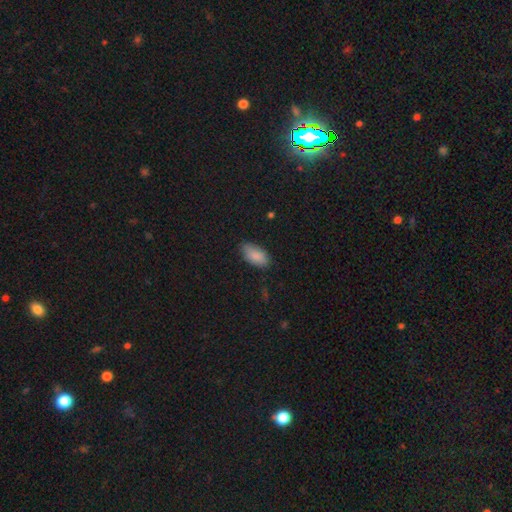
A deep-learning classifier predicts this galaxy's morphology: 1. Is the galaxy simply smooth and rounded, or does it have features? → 88% smooth, 7% star or artifact, 6% featured or disk.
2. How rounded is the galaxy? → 93% in between, 4% cigar-shaped, 3% round.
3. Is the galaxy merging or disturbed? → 80% none, 16% minor disturbance, 3% major disturbance, 1% merger.